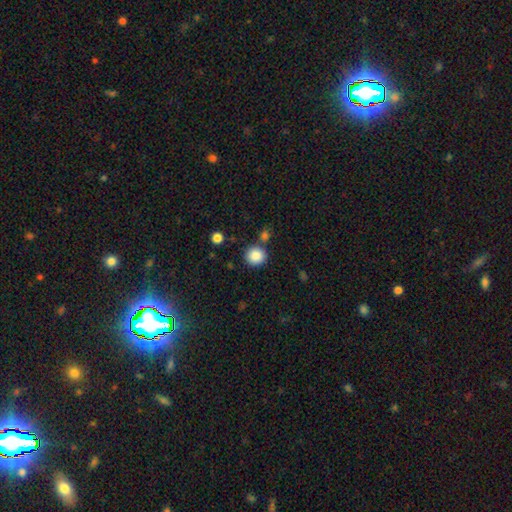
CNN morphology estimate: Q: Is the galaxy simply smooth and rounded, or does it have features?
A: smooth — 87%.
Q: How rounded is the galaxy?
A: round — 90%.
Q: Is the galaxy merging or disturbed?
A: none — 79%.